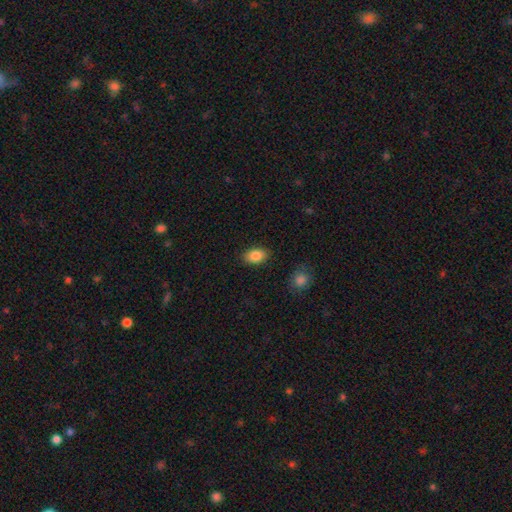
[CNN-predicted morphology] A smooth galaxy with no disk features (86%) that is in between round and cigar-shaped (88%).

Vote fractions:
- Smooth or featured? smooth: 86% / star or artifact: 8% / featured or disk: 6%
- How rounded? in between: 88% / round: 11% / cigar-shaped: 1%
- Merging? none: 87% / minor disturbance: 9% / major disturbance: 2% / merger: 2%